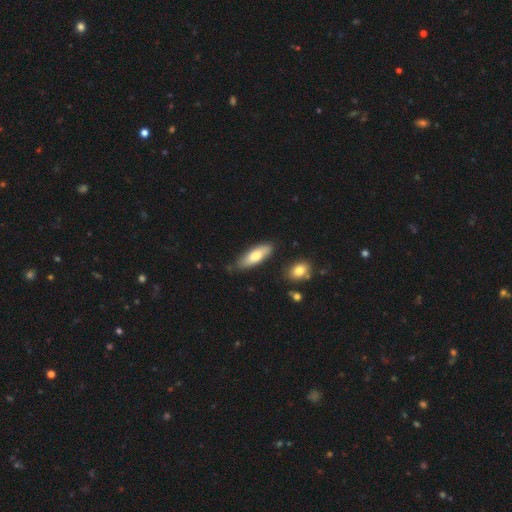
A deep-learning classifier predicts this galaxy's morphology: type=smooth (72%); roundness=in between (59%); merging=none (78%).